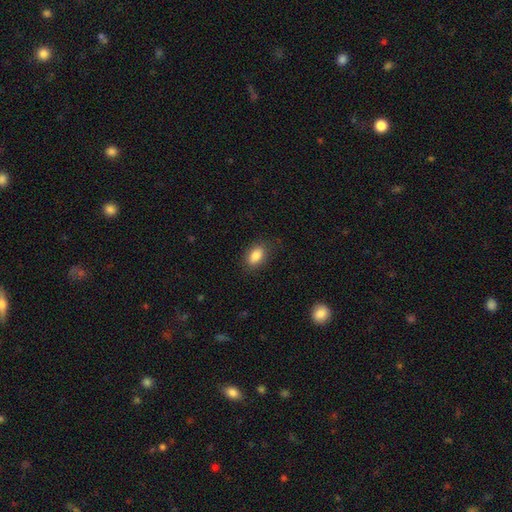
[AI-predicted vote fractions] A smooth galaxy with no disk features (86%) that is in between round and cigar-shaped (88%).

Vote fractions:
- Smooth or featured? smooth: 86% / star or artifact: 8% / featured or disk: 6%
- How rounded? in between: 88% / round: 8% / cigar-shaped: 3%
- Merging? none: 83% / minor disturbance: 12% / major disturbance: 3% / merger: 1%